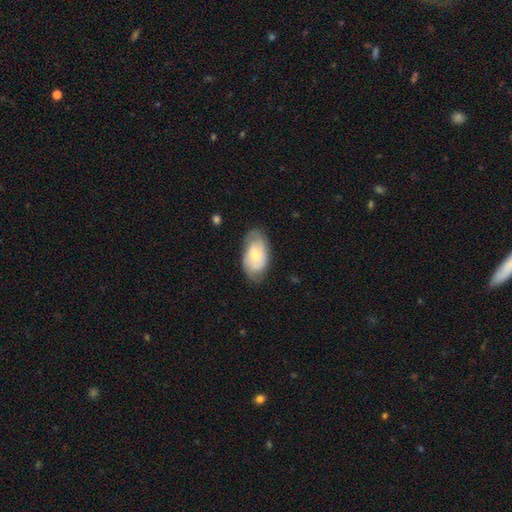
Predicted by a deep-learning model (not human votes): This is possibly a featured or disk galaxy (51%). It is clearly not viewed edge-on (94%). Merging: likely none (68%).